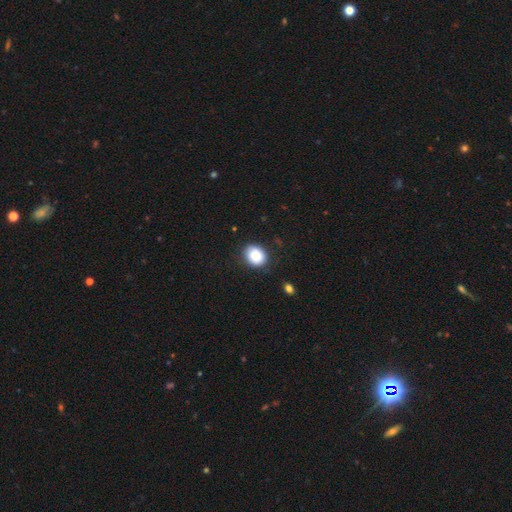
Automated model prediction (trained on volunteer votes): The model was most divided on "how rounded": round: 58%, in between: 41%, cigar-shaped: 1%. More confident: smooth or featured — smooth (86%); merging — none (81%).